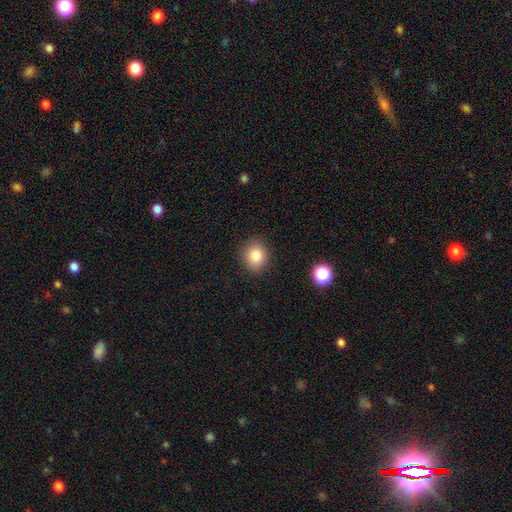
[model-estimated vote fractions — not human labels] A smooth galaxy with no disk features (83%) that is round (74%).

Vote fractions:
- Smooth or featured? smooth: 83% / star or artifact: 10% / featured or disk: 6%
- How rounded? round: 74% / in between: 25% / cigar-shaped: 1%
- Merging? none: 88% / minor disturbance: 8% / major disturbance: 2% / merger: 1%